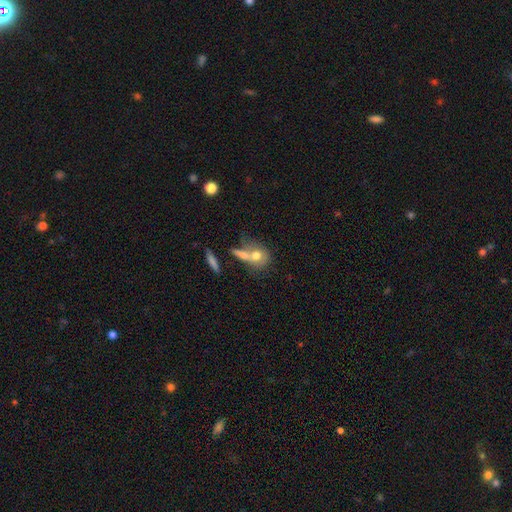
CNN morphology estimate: Smooth or featured? smooth (68%)
How rounded? round (56%)
Merging? merger (46%)